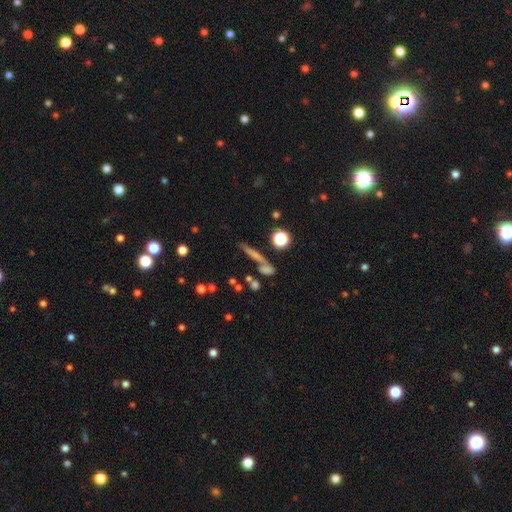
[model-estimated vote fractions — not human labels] Smooth or featured? smooth (40%)
Merging? none (63%)